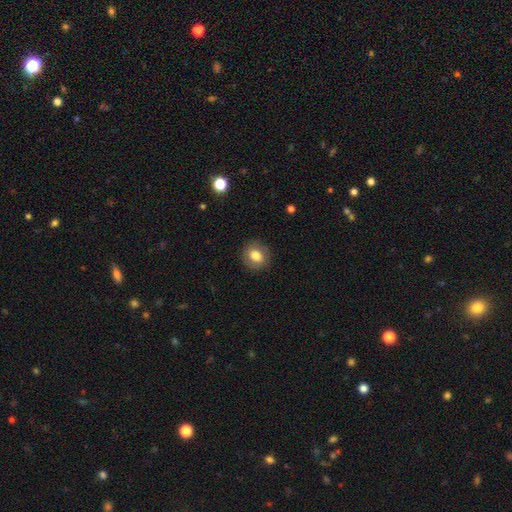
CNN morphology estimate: The model was most divided on "how rounded": round: 73%, in between: 26%, cigar-shaped: 1%. More confident: merging — none (88%); smooth or featured — smooth (77%).